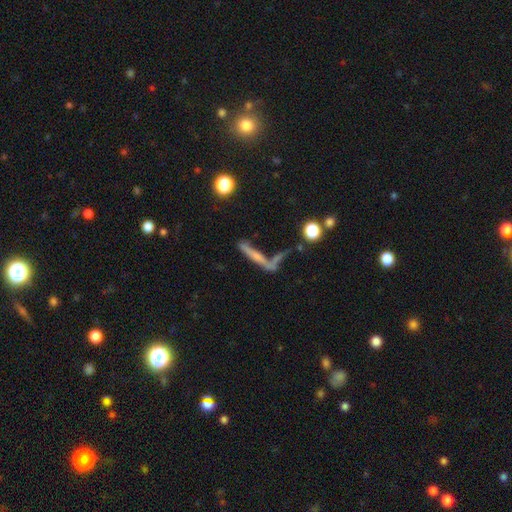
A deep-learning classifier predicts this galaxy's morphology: Smooth or featured: featured or disk — 45% (smooth — 44%)
Merging: none — 44% (merger — 31%)